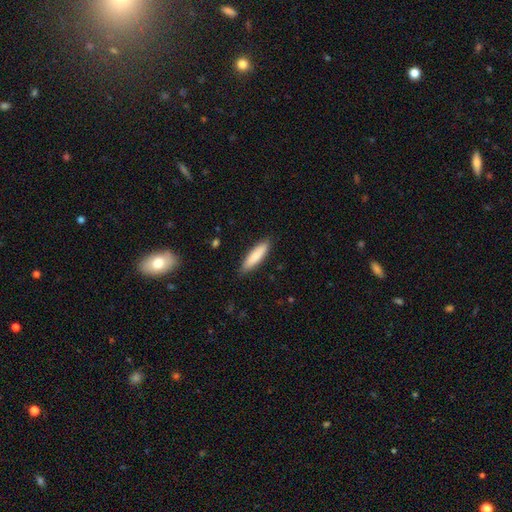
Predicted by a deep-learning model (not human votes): smooth-or-featured: smooth: 84% | featured or disk: 10% | star or artifact: 5%
  how-rounded: cigar-shaped: 74% | in between: 25% | round: 1%
  merging: none: 87% | minor disturbance: 10% | major disturbance: 2% | merger: 1%